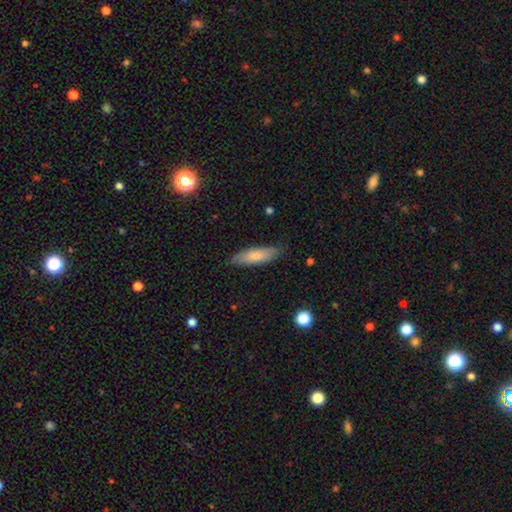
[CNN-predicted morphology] Smooth or featured? Predicted: smooth (p=0.77). How rounded? Predicted: in between (p=0.49, tied with cigar-shaped). Merging? Predicted: none (p=0.81).